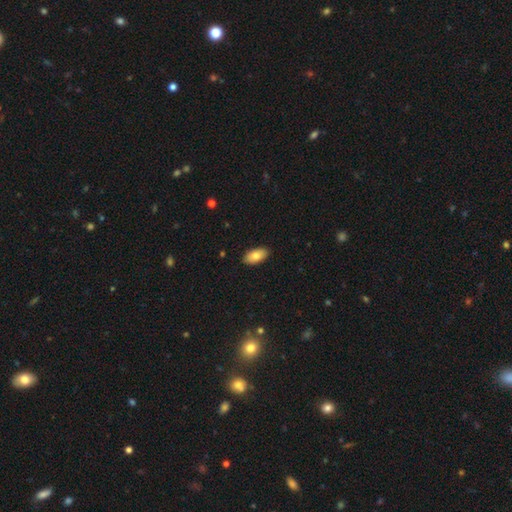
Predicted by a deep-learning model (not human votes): smooth 81%, featured or disk 13%, star or artifact 6%. Down the decision tree: how rounded — in between (93%); merging — none (89%).